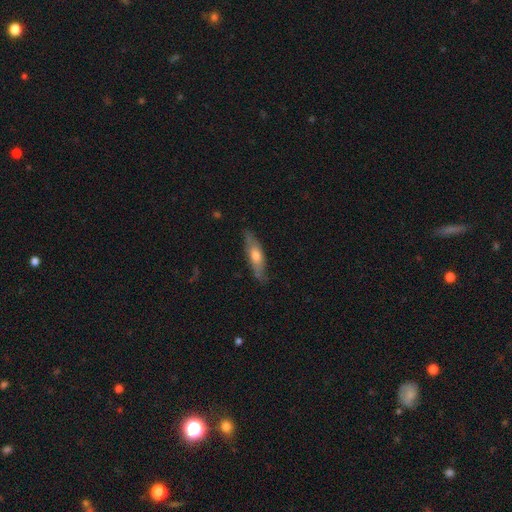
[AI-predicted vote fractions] Q: Smooth or featured?
A: smooth (48%); runner-up: featured or disk (46%)
Q: Merging?
A: none (78%); runner-up: minor disturbance (18%)